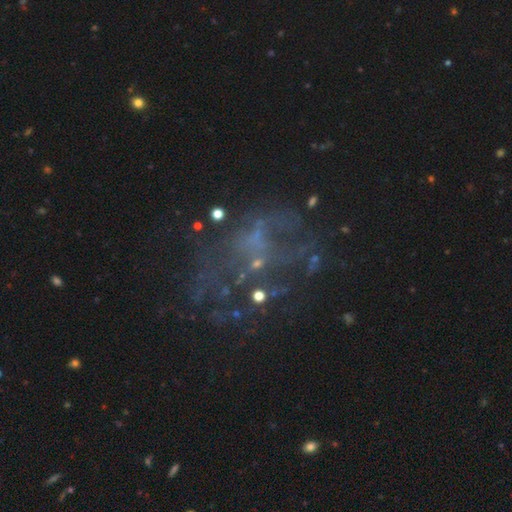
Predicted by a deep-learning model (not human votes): This appears to be a featured or disk galaxy (58%) with no bar (87%), no spiral arms (82%) and no central bulge (60%). Merging: none (45%).